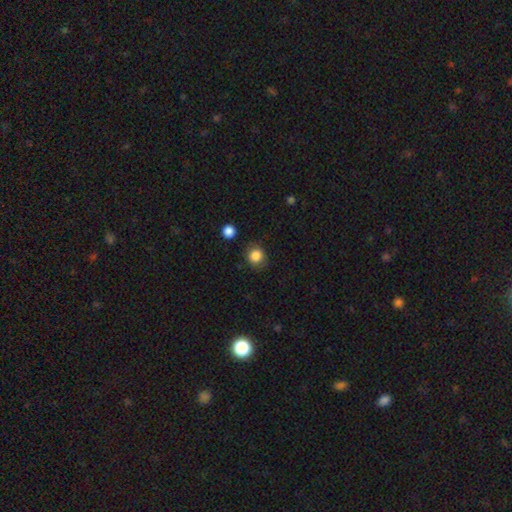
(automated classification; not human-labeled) Smooth or featured: smooth — 86% (star or artifact — 10%)
How rounded: round — 88% (in between — 11%)
Merging: none — 83% (minor disturbance — 11%)